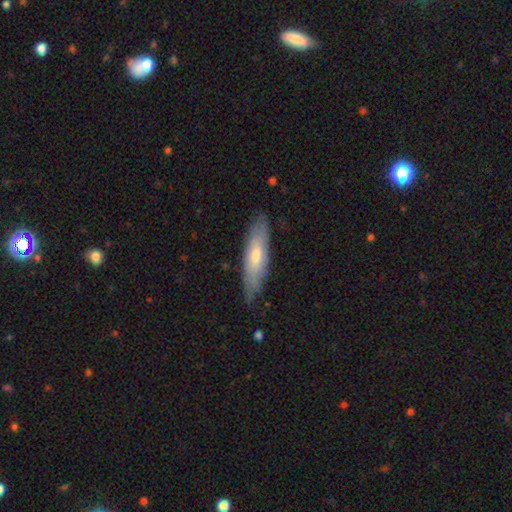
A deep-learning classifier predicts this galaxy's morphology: Smooth or featured? Predicted: smooth (p=0.54). How rounded? Predicted: cigar-shaped (p=0.58). Merging? Predicted: none (p=0.75).